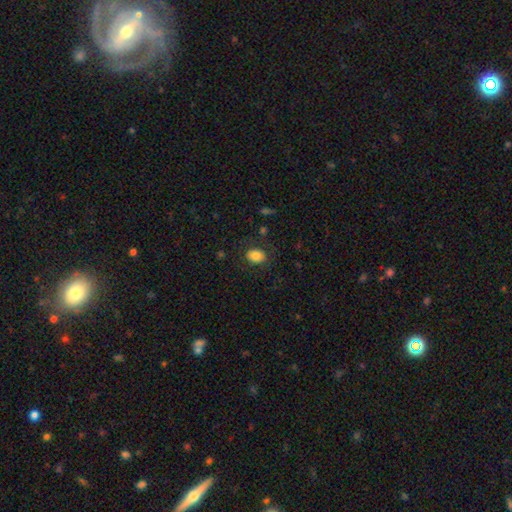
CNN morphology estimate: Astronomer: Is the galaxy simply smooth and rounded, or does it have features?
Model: smooth — 80%.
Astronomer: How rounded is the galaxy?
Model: in between — 66%.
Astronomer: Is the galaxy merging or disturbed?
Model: none — 80%.